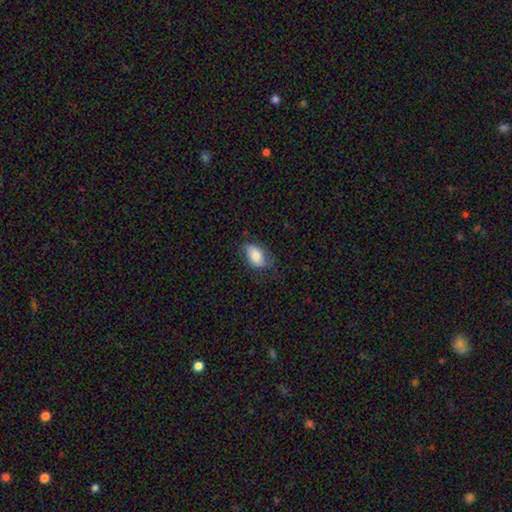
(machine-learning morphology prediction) Smooth or featured: smooth — 69% (featured or disk — 23%)
How rounded: in between — 90% (round — 7%)
Merging: none — 62% (minor disturbance — 27%)